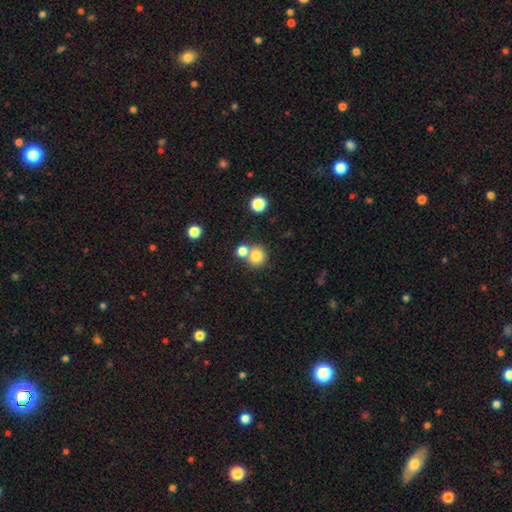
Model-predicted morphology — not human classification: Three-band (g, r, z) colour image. It shows a smooth galaxy with no disk features (79%) that is round (88%). Merging: none (58%).